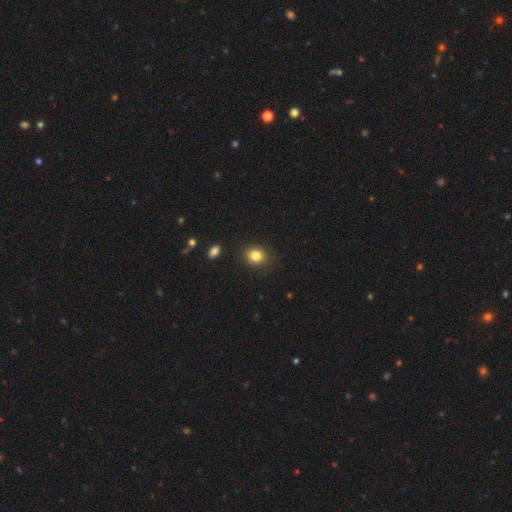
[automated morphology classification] smooth_or_featured: smooth (p=0.83) [alt: star or artifact p=0.11]
how_rounded: round (p=0.63) [alt: in between p=0.36]
merging: none (p=0.88) [alt: minor disturbance p=0.09]